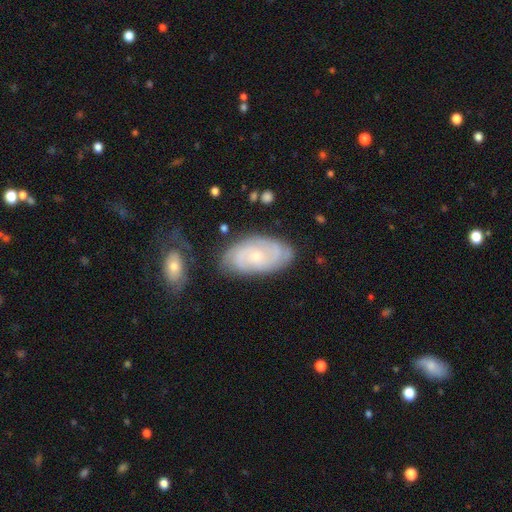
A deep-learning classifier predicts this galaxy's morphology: The model was most divided on "spiral arm count": can't tell: 38%, 2: 25%, 3: 18%, 4: 10%, more than 4: 4%, 1: 4%. More confident: edge-on disk — no (95%); spiral arms — yes (92%); bar — no (77%); smooth or featured — featured or disk (75%); merging — none (74%); bulge size — small (68%); spiral winding — tight (68%).